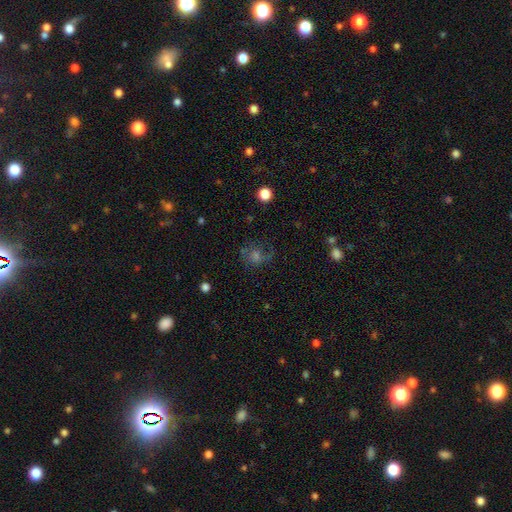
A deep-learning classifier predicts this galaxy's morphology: This appears to be a smooth galaxy with no disk features (37%). Merging: none (65%).